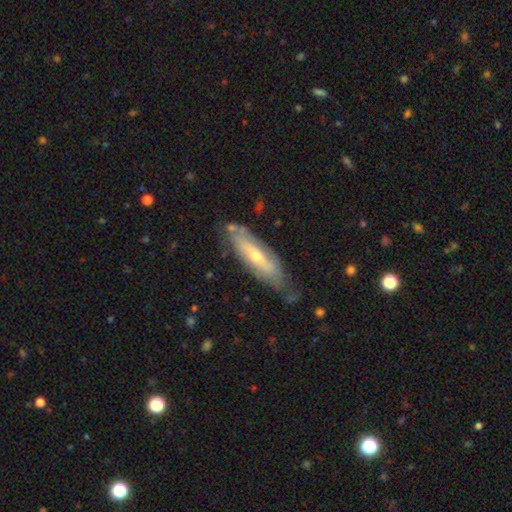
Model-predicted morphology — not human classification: This is possibly a featured or disk galaxy (59%). It is likely not viewed edge-on (60%). Merging: likely none (67%).